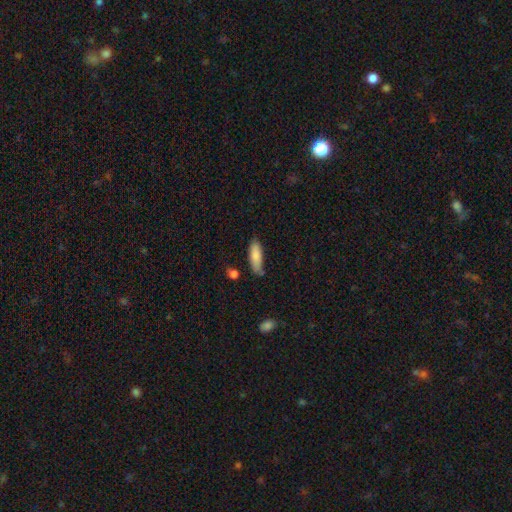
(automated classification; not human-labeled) smooth 83%, featured or disk 11%, star or artifact 6%. Down the decision tree: how rounded — in between (56%); merging — none (71%).